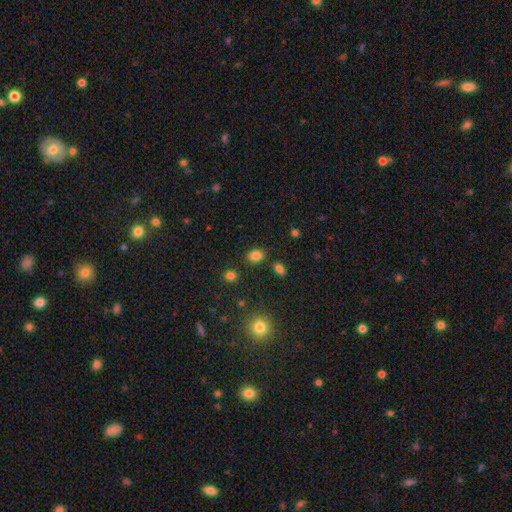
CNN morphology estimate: smooth 83%, star or artifact 13%, featured or disk 5%. Down the decision tree: how rounded — in between (73%); merging — none (81%).